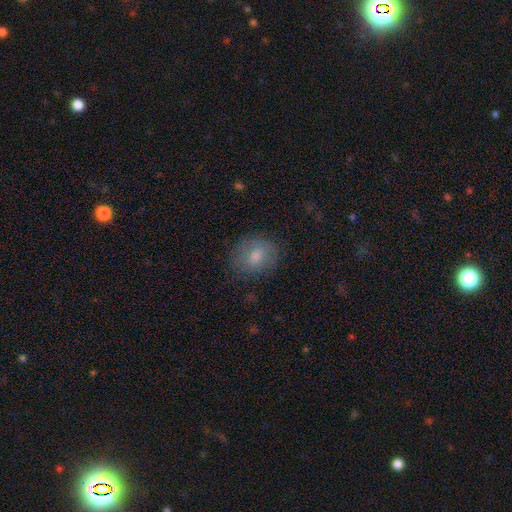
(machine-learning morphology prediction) The model was most divided on "how rounded": round: 65%, in between: 34%, cigar-shaped: 1%. More confident: merging — none (78%); smooth or featured — smooth (71%).